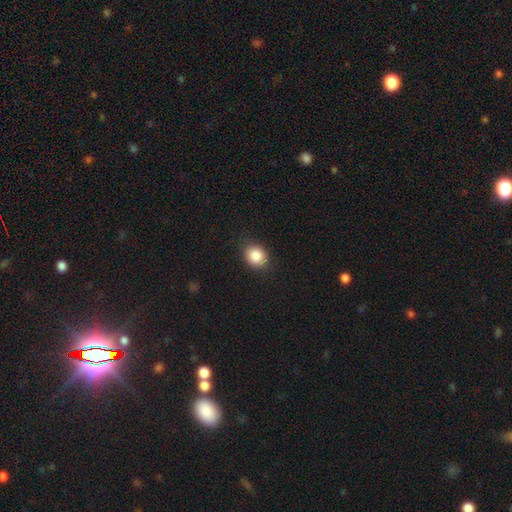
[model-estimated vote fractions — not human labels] smooth 87%, star or artifact 9%, featured or disk 4%. Down the decision tree: how rounded — round (63%); merging — none (86%).